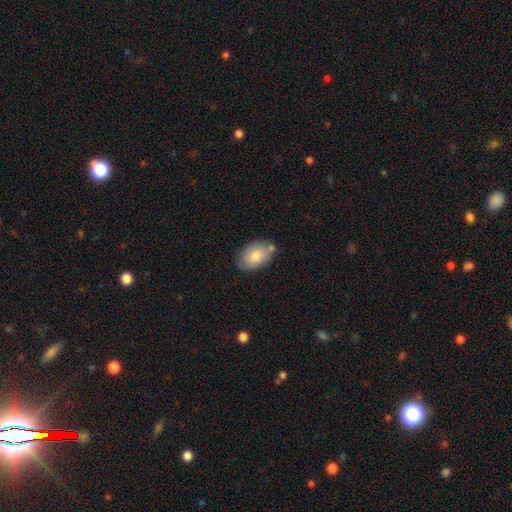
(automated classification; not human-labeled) Overall: smooth (78%). How rounded: in between (89%). Merging: none (73%).